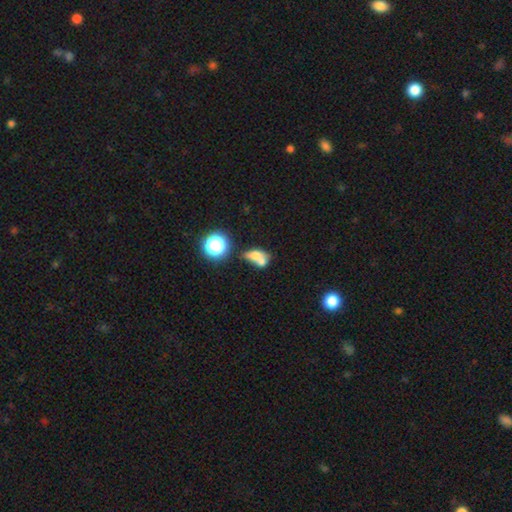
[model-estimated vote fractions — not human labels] A smooth galaxy with no disk features (65%) that is in between round and cigar-shaped (66%). Merging: merger (57%).